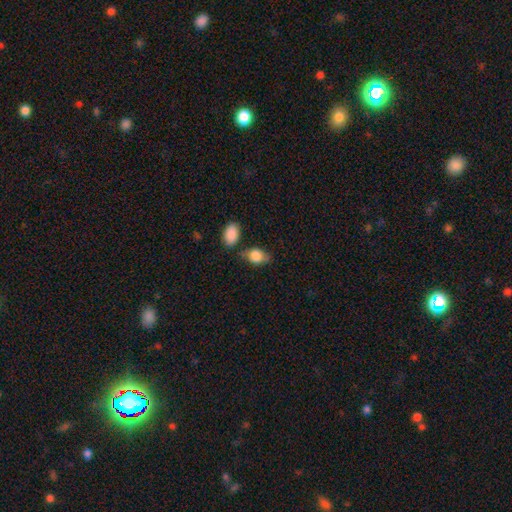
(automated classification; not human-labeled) smooth-or-featured: smooth: 82% | featured or disk: 11% | star or artifact: 7%
  how-rounded: in between: 79% | round: 18% | cigar-shaped: 2%
  merging: none: 60% | minor disturbance: 23% | merger: 11% | major disturbance: 6%